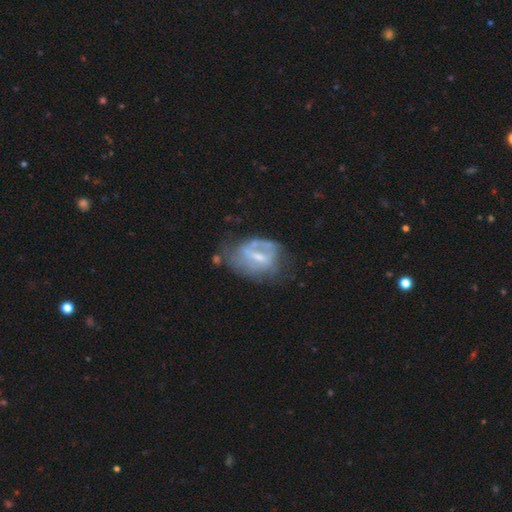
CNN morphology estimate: Smooth or featured? featured or disk (67%)
Edge-on disk? no (95%)
Bar? weak (48%)
Spiral arms? yes (57%)
Bulge size? small (47%)
Merging? none (40%)